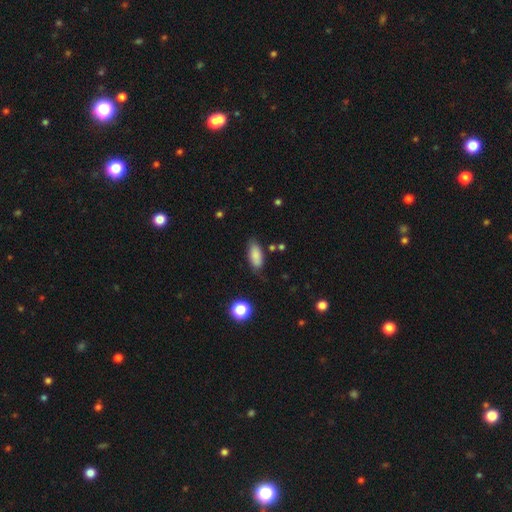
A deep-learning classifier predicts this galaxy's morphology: This is clearly a smooth galaxy (81%). How rounded: clearly in between (85%). Merging: likely none (70%).